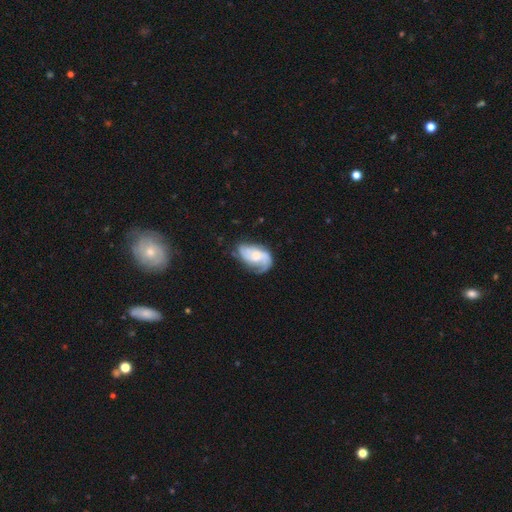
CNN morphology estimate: Q: Smooth or featured?
A: featured or disk (73%); runner-up: smooth (21%)
Q: Edge-on disk?
A: no (97%); runner-up: yes (3%)
Q: Bar?
A: no (61%); runner-up: weak (32%)
Q: Spiral arms?
A: yes (92%); runner-up: no (8%)
Q: Spiral winding?
A: medium (43%); runner-up: tight (29%)
Q: Spiral arm count?
A: 2 (53%); runner-up: can't tell (17%)
Q: Bulge size?
A: moderate (42%); runner-up: small (31%)
Q: Merging?
A: none (51%); runner-up: minor disturbance (27%)